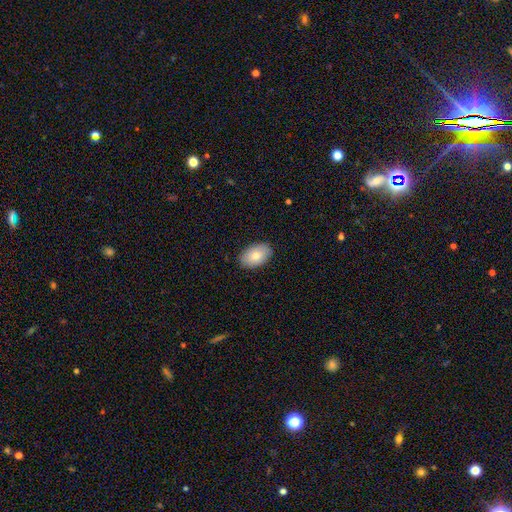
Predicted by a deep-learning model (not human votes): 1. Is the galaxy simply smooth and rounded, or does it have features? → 81% smooth, 13% featured or disk, 6% star or artifact.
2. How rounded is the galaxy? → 91% in between, 8% round, 1% cigar-shaped.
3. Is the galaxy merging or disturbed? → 88% none, 9% minor disturbance, 2% major disturbance, 1% merger.